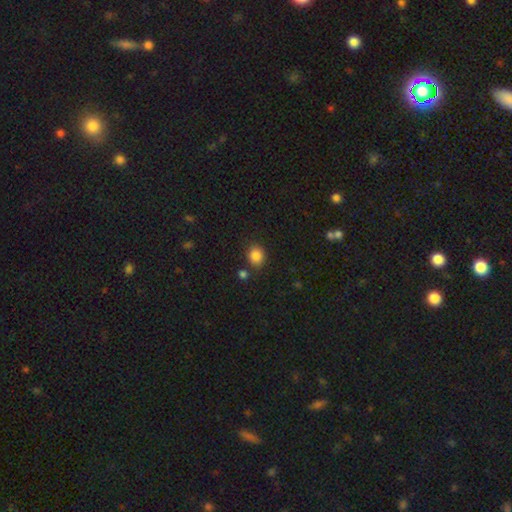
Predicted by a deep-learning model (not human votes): smooth 86%, star or artifact 10%, featured or disk 4%. Down the decision tree: how rounded — round (63%); merging — none (79%).